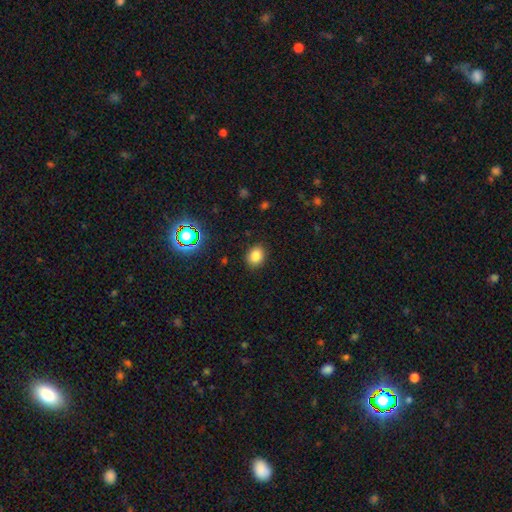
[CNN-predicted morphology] Q: Smooth or featured?
A: smooth (83%); runner-up: star or artifact (13%)
Q: How rounded?
A: round (50%); runner-up: in between (49%)
Q: Merging?
A: none (87%); runner-up: minor disturbance (9%)